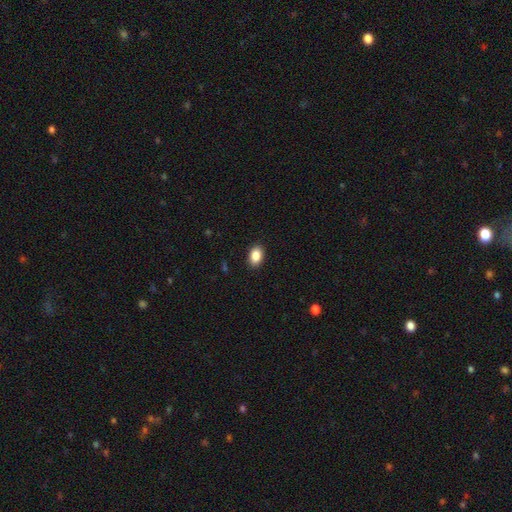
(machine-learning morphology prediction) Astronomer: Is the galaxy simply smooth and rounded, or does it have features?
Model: smooth — 88%.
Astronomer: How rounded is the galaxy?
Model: in between — 86%.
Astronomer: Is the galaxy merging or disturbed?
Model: none — 89%.